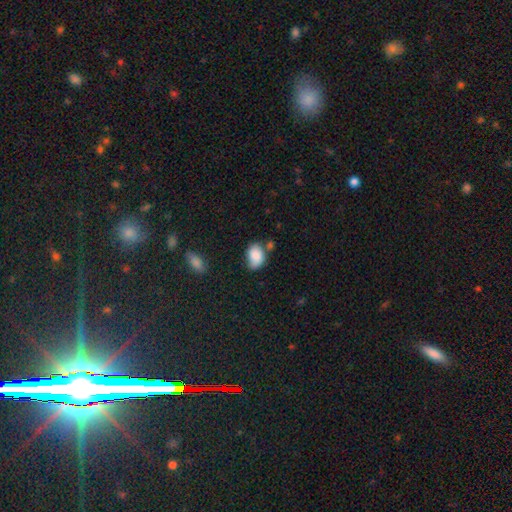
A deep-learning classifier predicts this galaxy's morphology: smooth_or_featured: smooth (p=0.85) [alt: star or artifact p=0.08]
how_rounded: in between (p=0.82) [alt: round p=0.16]
merging: none (p=0.51) [alt: minor disturbance p=0.31]